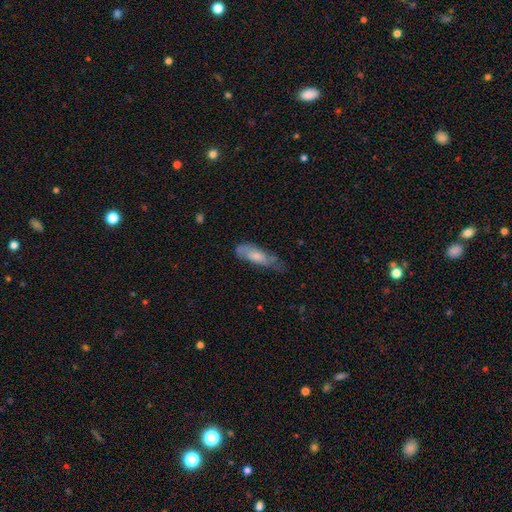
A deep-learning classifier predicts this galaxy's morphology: This appears to be a smooth galaxy with no disk features (59%) that is in between round and cigar-shaped (52%). Merging: none (43%).